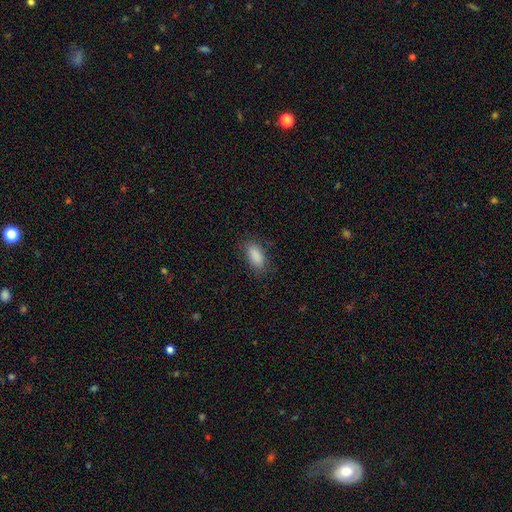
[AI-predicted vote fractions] smooth-or-featured: smooth: 89% | star or artifact: 7% | featured or disk: 4%
  how-rounded: in between: 90% | cigar-shaped: 7% | round: 3%
  merging: none: 82% | minor disturbance: 13% | major disturbance: 4% | merger: 1%